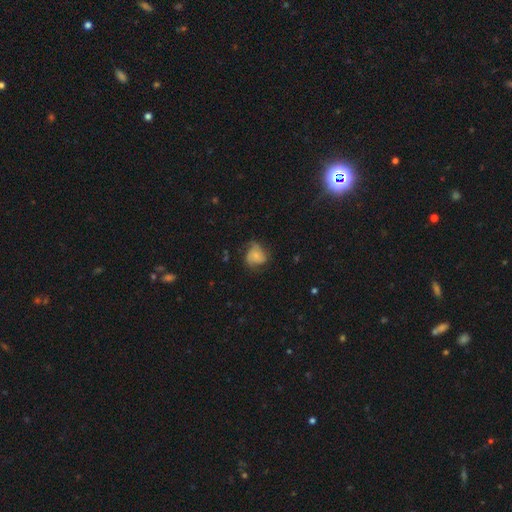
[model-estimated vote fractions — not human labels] smooth 50%, featured or disk 40%, star or artifact 10%. Down the decision tree: merging — none (48%).